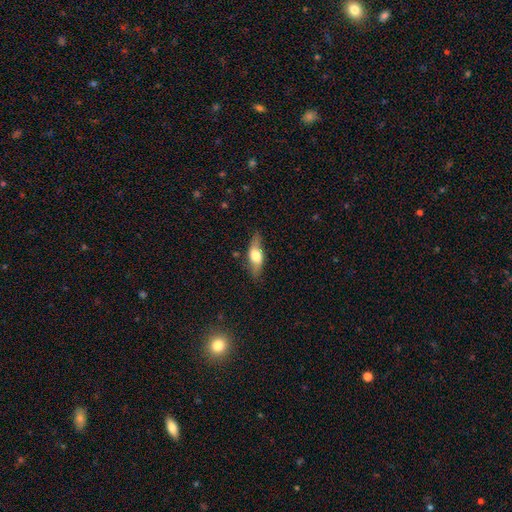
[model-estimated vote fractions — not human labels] The model was most divided on "smooth or featured": smooth: 54%, featured or disk: 39%, star or artifact: 7%. More confident: merging — none (78%); how rounded — in between (62%).